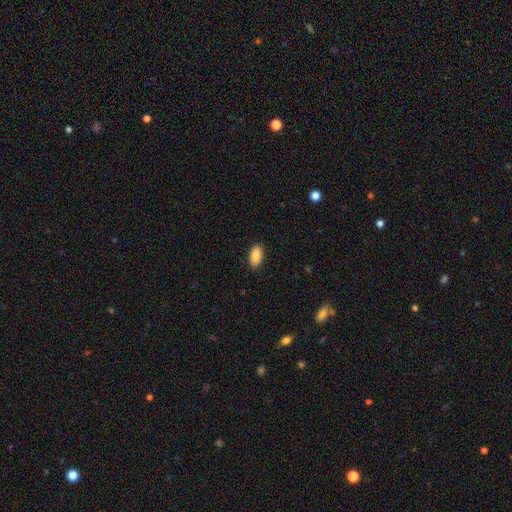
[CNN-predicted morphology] This appears to be a smooth galaxy with no disk features (88%) that is in between round and cigar-shaped (94%). Merging: none (89%).